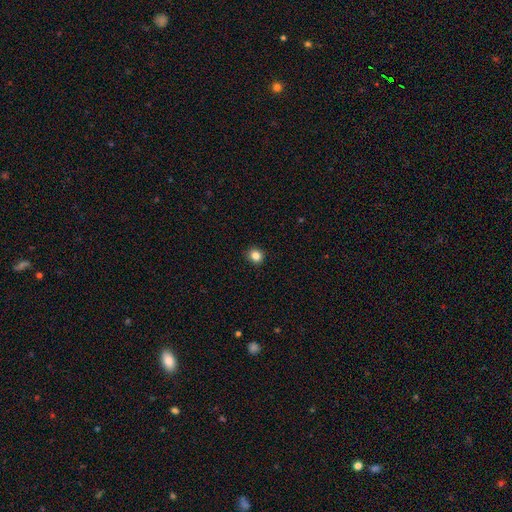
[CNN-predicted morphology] smooth 84%, star or artifact 12%, featured or disk 5%. Down the decision tree: how rounded — round (86%); merging — none (92%).